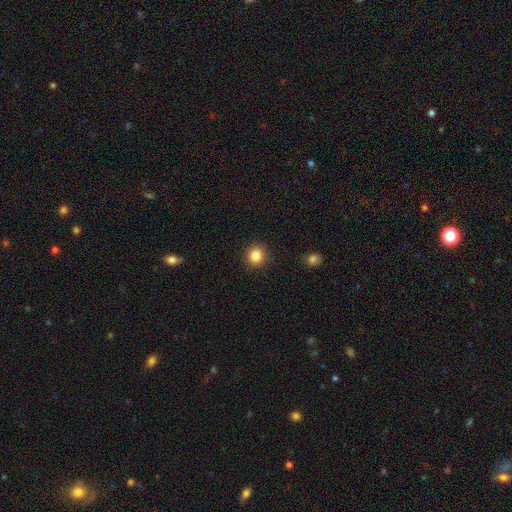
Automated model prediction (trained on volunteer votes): Smooth or featured: smooth — 85% (star or artifact — 10%)
How rounded: round — 91% (in between — 8%)
Merging: none — 91% (minor disturbance — 5%)